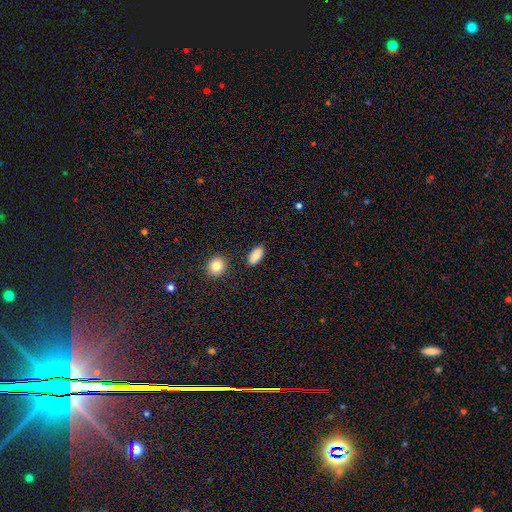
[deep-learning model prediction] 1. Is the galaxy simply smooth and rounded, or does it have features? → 87% smooth, 8% star or artifact, 5% featured or disk.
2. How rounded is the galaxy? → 92% in between, 5% round, 3% cigar-shaped.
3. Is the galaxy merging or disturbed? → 85% none, 9% minor disturbance, 3% merger, 2% major disturbance.